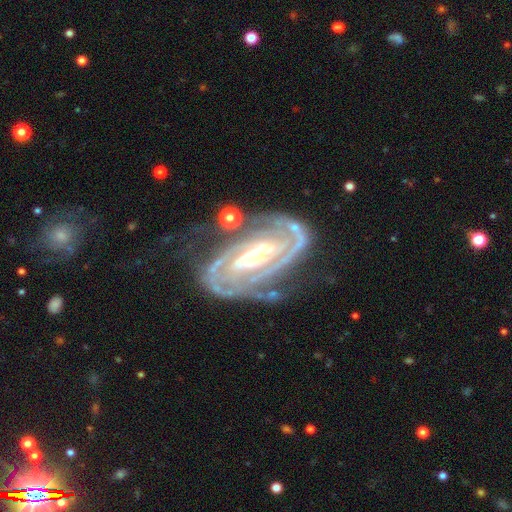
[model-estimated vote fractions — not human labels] This is clearly a featured or disk galaxy (93%). It is clearly not viewed edge-on (96%). Bar: marginally strong (37%). Spiral arm pattern: clearly yes (98%). Spiral arm count: likely 2 (74%). Spiral winding: likely tight (68%). Central bulge: possibly small (59%). Merging: likely none (66%).